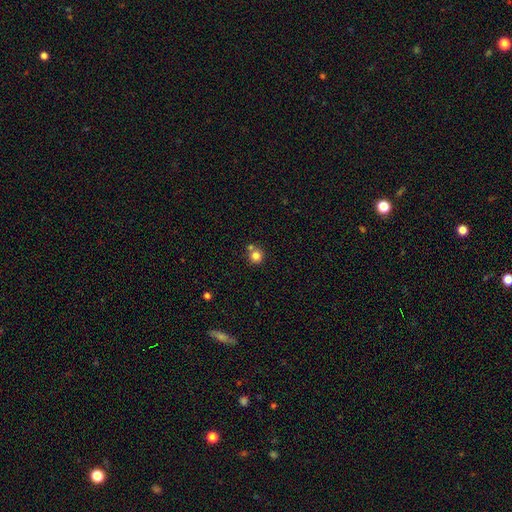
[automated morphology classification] A smooth galaxy with no disk features (81%) that is round (92%). Merging: none (65%).